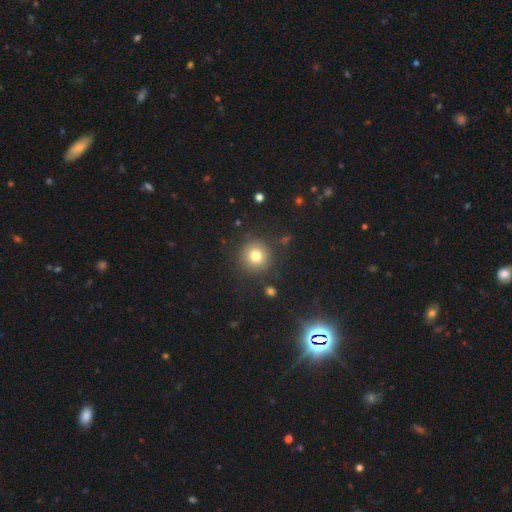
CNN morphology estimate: A smooth galaxy with no disk features (77%) that is round (95%). Merging: none (88%).